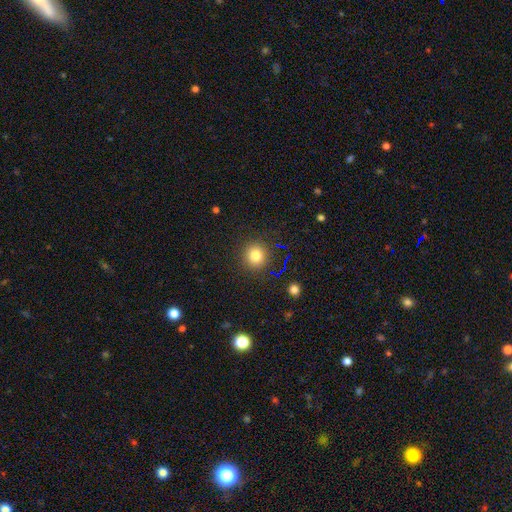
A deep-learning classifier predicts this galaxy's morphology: smooth 78%, star or artifact 15%, featured or disk 7%. Down the decision tree: how rounded — round (92%); merging — none (90%).